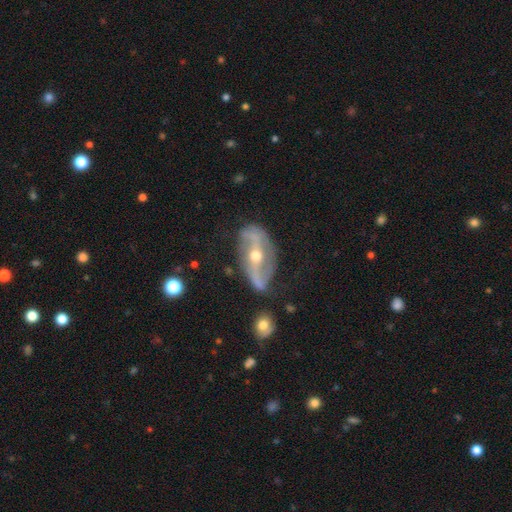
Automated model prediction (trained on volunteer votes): Smooth or featured? featured or disk (85%)
Edge-on disk? no (92%)
Bar? strong (48%)
Spiral arms? yes (89%)
Spiral winding? loose (59%)
Spiral arm count? 2 (88%)
Bulge size? moderate (59%)
Merging? none (65%)